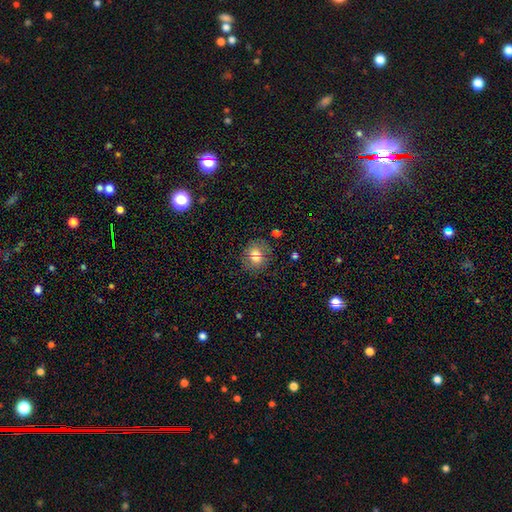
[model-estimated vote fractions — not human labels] A smooth galaxy with no disk features (75%) that is round (64%). Merging: none (73%).